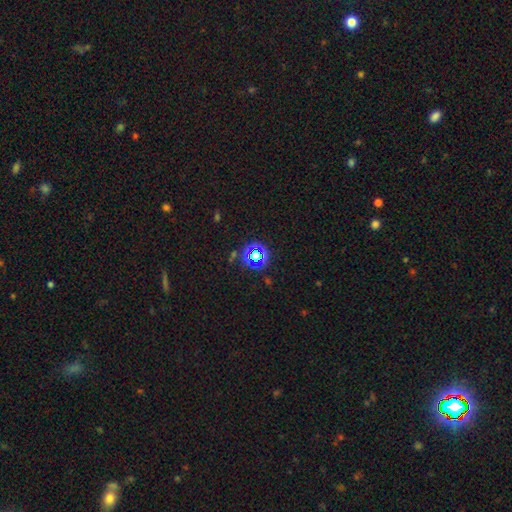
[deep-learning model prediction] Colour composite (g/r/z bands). It shows a star or artifact, not a galaxy (67%).